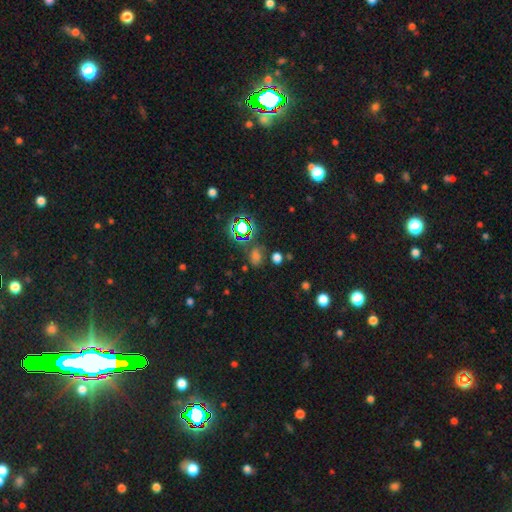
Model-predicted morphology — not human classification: The model was most divided on "smooth or featured": star or artifact: 52%, smooth: 39%, featured or disk: 9%.